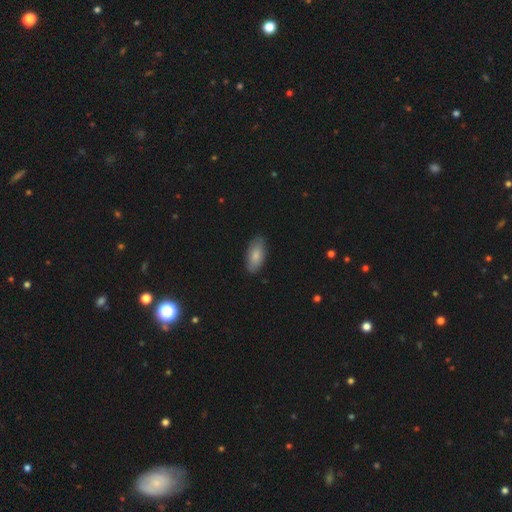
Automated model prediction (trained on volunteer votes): This is clearly a smooth galaxy (81%). How rounded: clearly in between (91%). Merging: clearly none (83%).